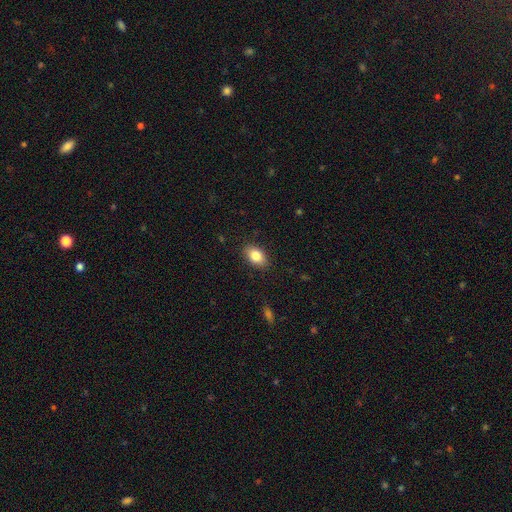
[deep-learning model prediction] Smooth or featured?
  - smooth: 84% *
  - featured or disk: 8%
  - star or artifact: 8%
How rounded?
  - in between: 85% *
  - round: 13%
  - cigar-shaped: 2%
Merging?
  - none: 87% *
  - minor disturbance: 10%
  - major disturbance: 2%
  - merger: 1%